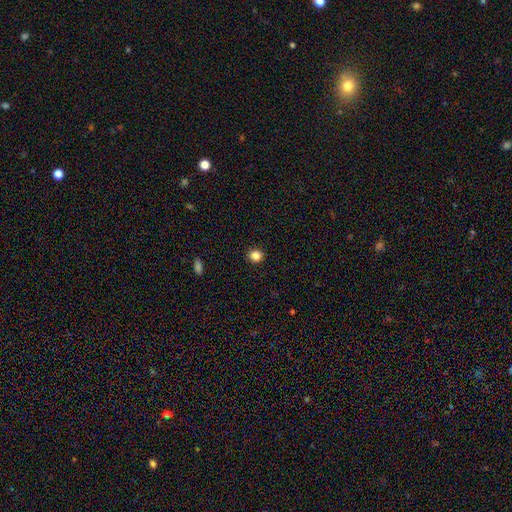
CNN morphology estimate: Smooth or featured? Predicted: smooth (p=0.84). How rounded? Predicted: round (p=0.87). Merging? Predicted: none (p=0.92).